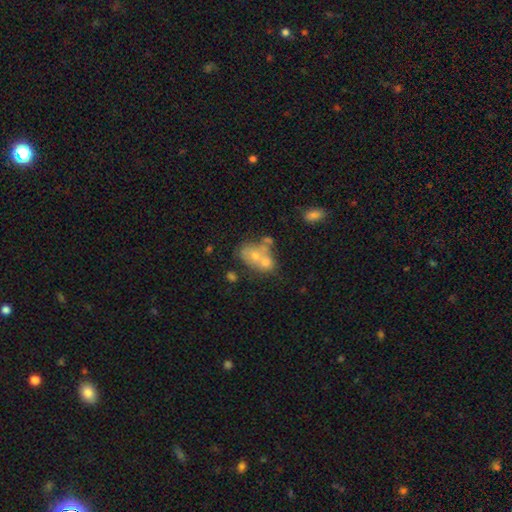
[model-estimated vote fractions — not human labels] Q: Smooth or featured?
A: smooth (50%); runner-up: featured or disk (35%)
Q: How rounded?
A: in between (67%); runner-up: round (31%)
Q: Merging?
A: merger (53%); runner-up: none (27%)